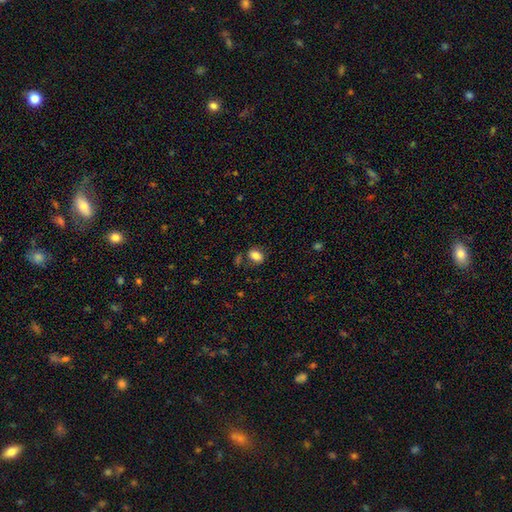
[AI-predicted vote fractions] smooth_or_featured: smooth (p=0.84) [alt: star or artifact p=0.10]
how_rounded: in between (p=0.79) [alt: round p=0.20]
merging: none (p=0.72) [alt: minor disturbance p=0.16]